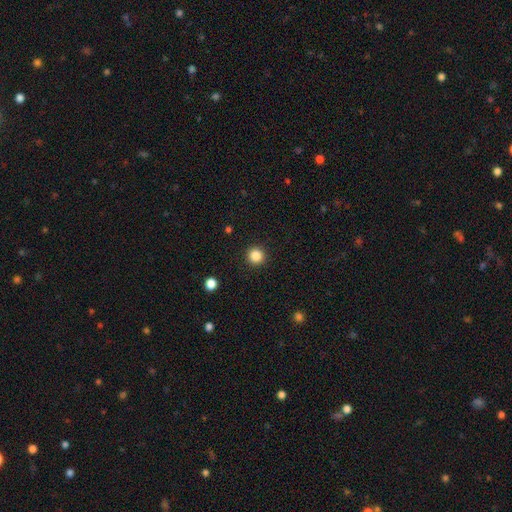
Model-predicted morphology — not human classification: Q: Smooth or featured?
A: smooth (85%); runner-up: star or artifact (11%)
Q: How rounded?
A: round (95%); runner-up: in between (4%)
Q: Merging?
A: none (93%); runner-up: minor disturbance (5%)